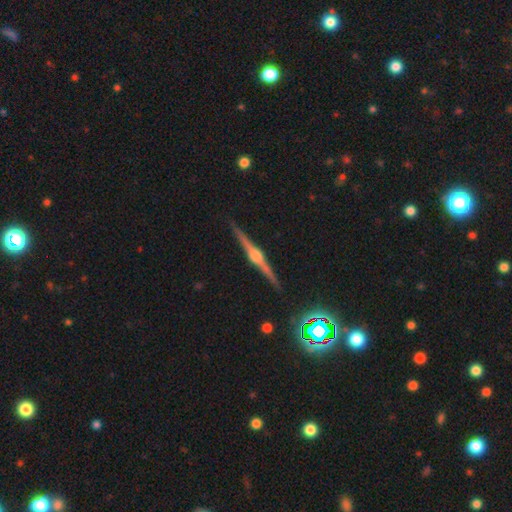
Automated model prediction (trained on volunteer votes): featured or disk 88%, smooth 7%, star or artifact 6%. Down the decision tree: edge-on disk — yes (99%); edge-on bulge — rounded (90%); merging — none (91%).